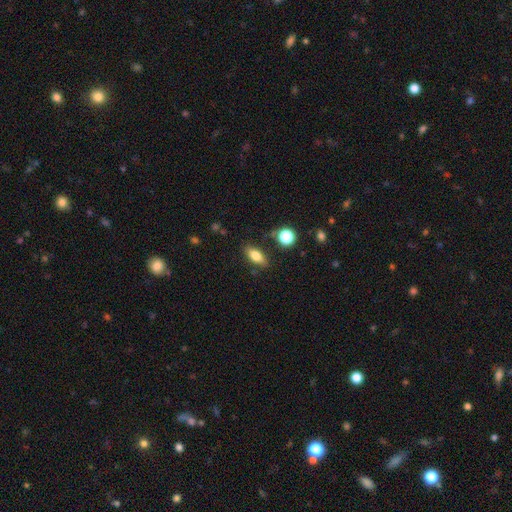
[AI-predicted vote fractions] Smooth or featured? Predicted: smooth (p=0.77). How rounded? Predicted: in between (p=0.81). Merging? Predicted: none (p=0.79).